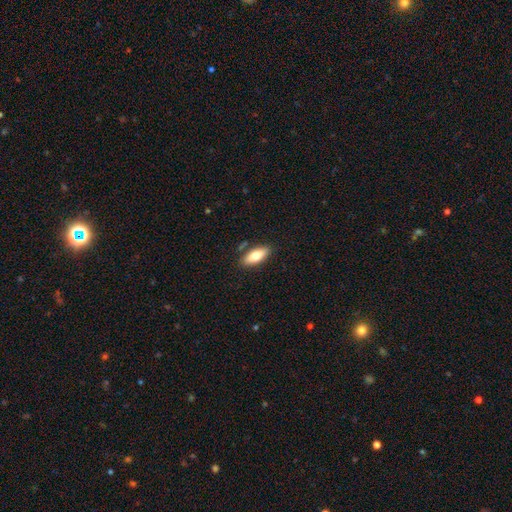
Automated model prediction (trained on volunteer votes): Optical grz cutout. It shows a smooth galaxy with no disk features (76%) that is in between round and cigar-shaped (79%). Merging: none (82%).